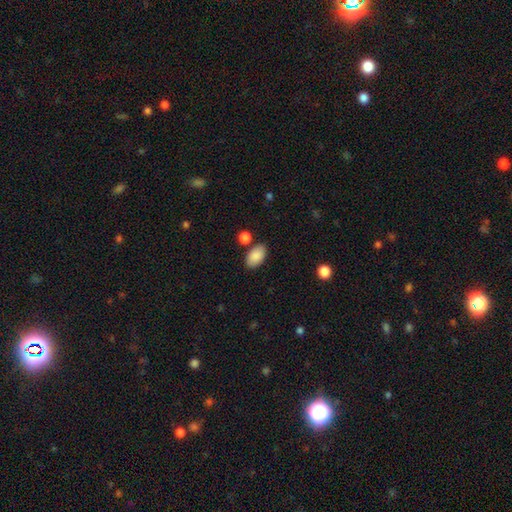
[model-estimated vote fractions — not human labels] This is clearly a smooth galaxy (88%). How rounded: clearly in between (94%). Merging: clearly none (81%).